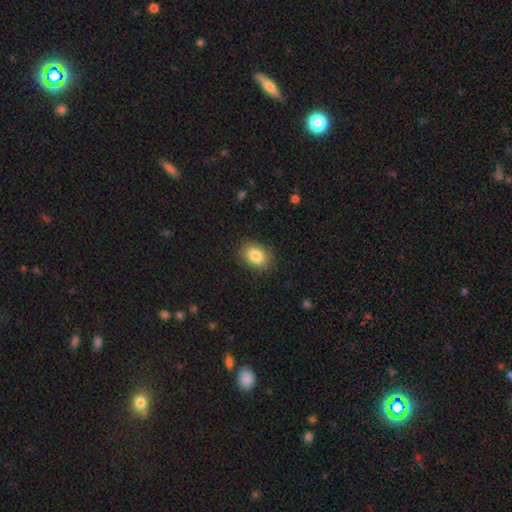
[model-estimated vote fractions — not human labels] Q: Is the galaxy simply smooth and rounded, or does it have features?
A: smooth — 85%.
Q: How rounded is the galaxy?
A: in between — 70%.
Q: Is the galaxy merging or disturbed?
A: none — 87%.